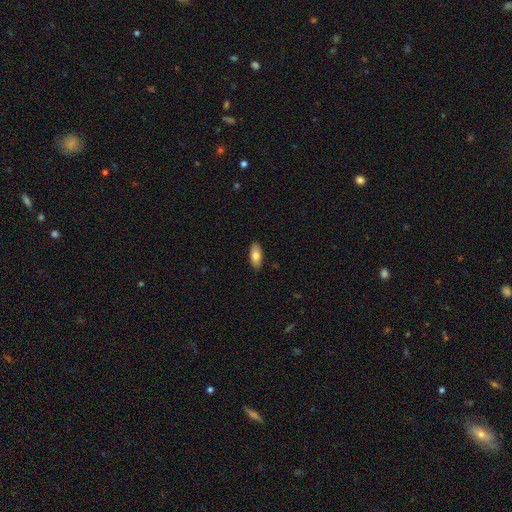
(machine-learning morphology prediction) A smooth galaxy with no disk features (78%) that is in between round and cigar-shaped (84%). Merging: none (89%).